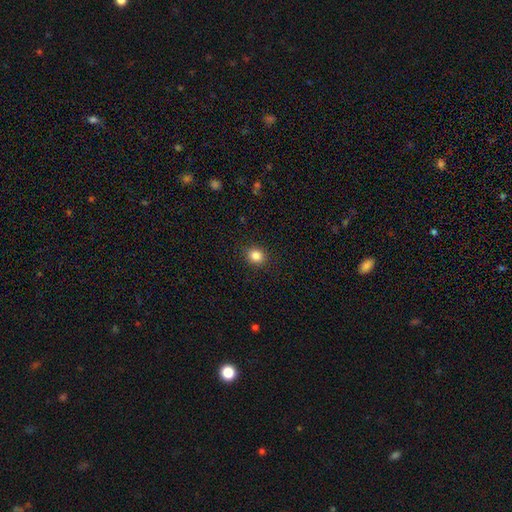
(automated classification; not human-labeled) Smooth or featured? Predicted: smooth (p=0.84). How rounded? Predicted: round (p=0.69). Merging? Predicted: none (p=0.90).